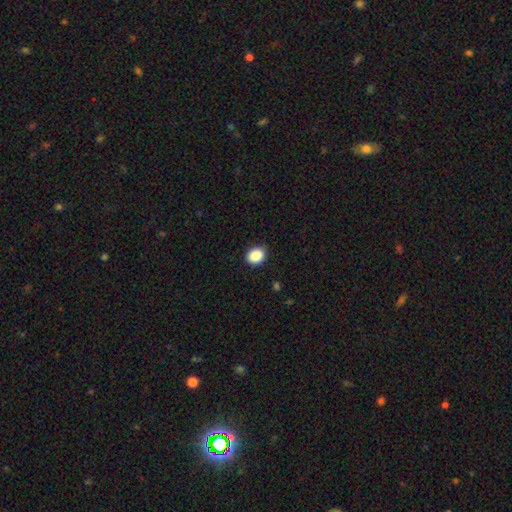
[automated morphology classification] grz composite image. It shows a smooth galaxy with no disk features (89%) that is in between round and cigar-shaped (50%). Merging: none (86%).